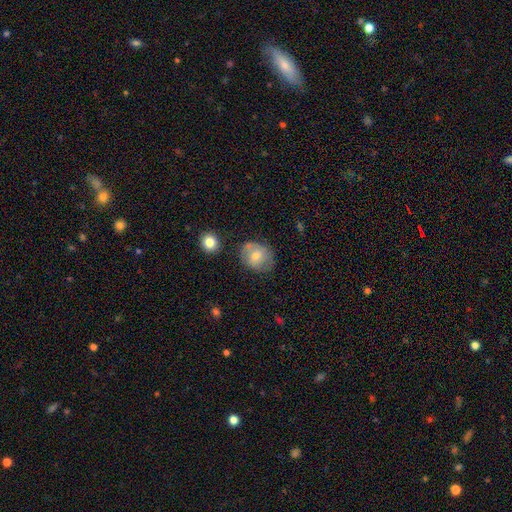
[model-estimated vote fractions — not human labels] This is likely a smooth galaxy (64%). How rounded: possibly round (56%). Merging: likely none (63%).